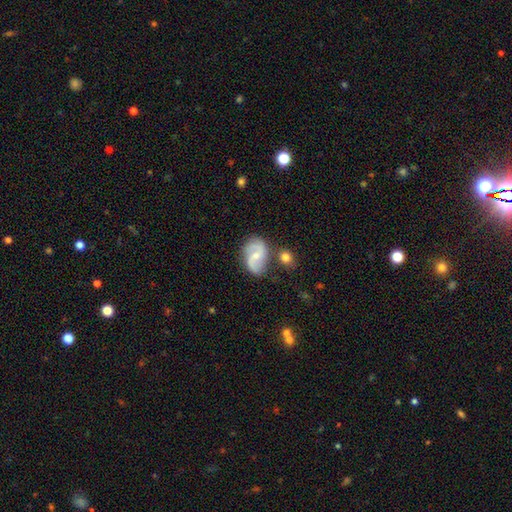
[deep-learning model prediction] This appears to be a featured or disk galaxy (73%) with no bar (45%), 2 (89%) loose (45%) spiral arms (92%) and a small central bulge (50%). Merging: none (66%).